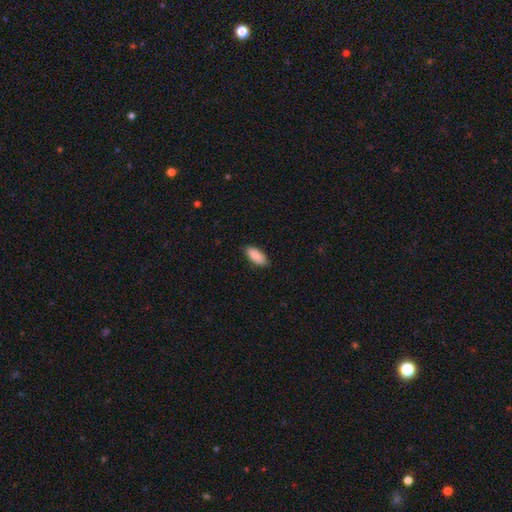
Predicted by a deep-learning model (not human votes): Smooth or featured: smooth — 89% (star or artifact — 6%)
How rounded: in between — 86% (cigar-shaped — 12%)
Merging: none — 87% (minor disturbance — 10%)